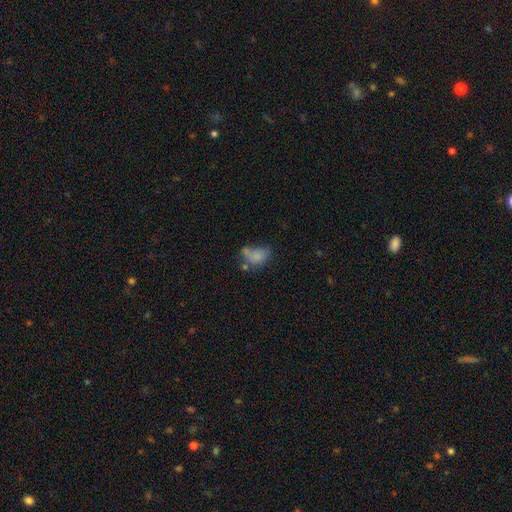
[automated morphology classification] Q: Smooth or featured?
A: smooth (72%); runner-up: featured or disk (16%)
Q: How rounded?
A: in between (84%); runner-up: round (13%)
Q: Merging?
A: none (29%); runner-up: major disturbance (26%)